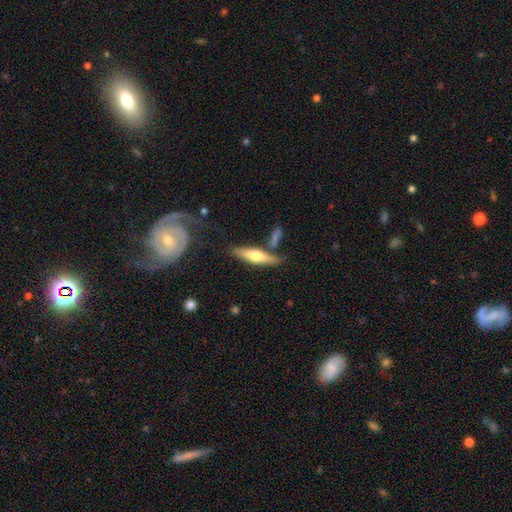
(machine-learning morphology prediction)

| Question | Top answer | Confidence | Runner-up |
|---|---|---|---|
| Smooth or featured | smooth | 50% | featured or disk (45%) |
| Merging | none | 71% | minor disturbance (14%) |